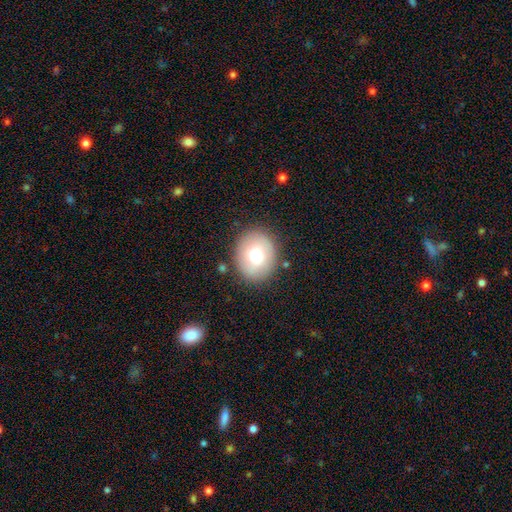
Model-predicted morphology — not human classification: A smooth galaxy with no disk features (71%) that is round (65%). Merging: none (84%).